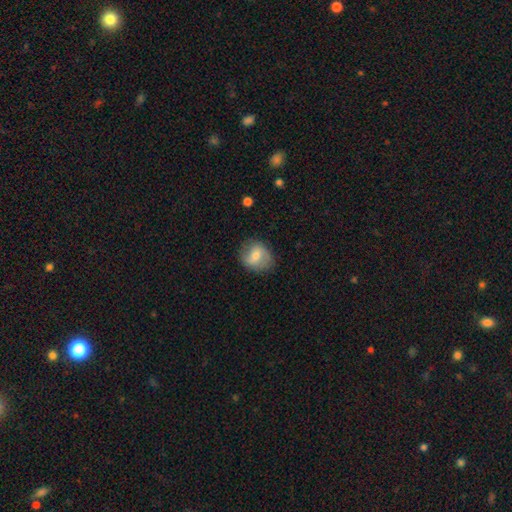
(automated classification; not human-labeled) Overall: featured or disk (47%; smooth 46%). Merging: none (80%).